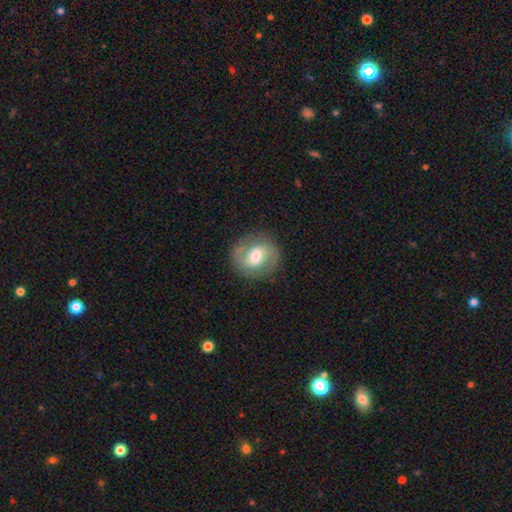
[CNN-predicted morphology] A featured or disk galaxy (51%).

Vote fractions:
- Smooth or featured? featured or disk: 51% / smooth: 42% / star or artifact: 7%
- Edge-on disk? no: 95% / yes: 5%
- Merging? none: 81% / minor disturbance: 12% / major disturbance: 6% / merger: 1%